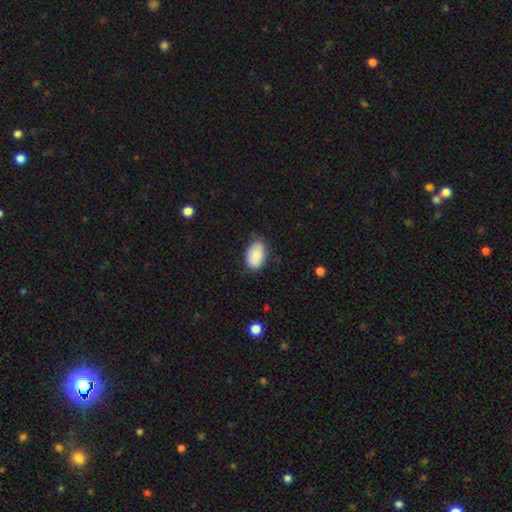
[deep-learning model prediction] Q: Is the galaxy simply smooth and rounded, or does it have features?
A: smooth — 86%.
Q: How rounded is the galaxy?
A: in between — 92%.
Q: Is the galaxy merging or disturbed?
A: none — 74%.